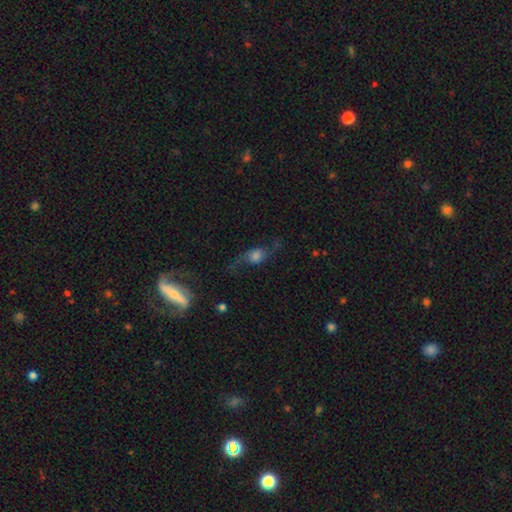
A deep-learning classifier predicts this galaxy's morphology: Smooth or featured? Predicted: featured or disk (p=0.66). Edge-on disk? Predicted: no (p=0.82). Bar? Predicted: no (p=0.64). Spiral arms? Predicted: yes (p=0.90). Bulge size? Predicted: moderate (p=0.36). Merging? Predicted: none (p=0.57).